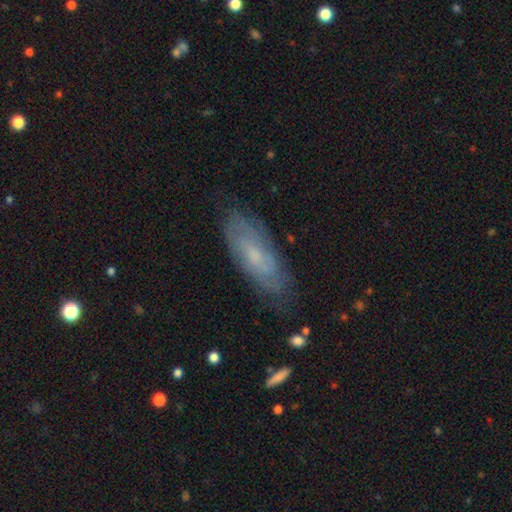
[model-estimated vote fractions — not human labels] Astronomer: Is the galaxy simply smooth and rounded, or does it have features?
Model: featured or disk — 54% (runner-up: smooth, 38%).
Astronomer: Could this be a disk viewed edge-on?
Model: no — 81%.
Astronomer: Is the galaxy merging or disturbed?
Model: none — 76%.